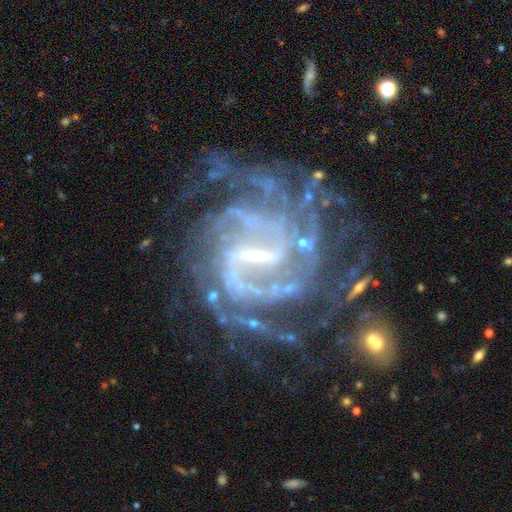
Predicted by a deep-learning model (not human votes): This is clearly a featured or disk galaxy (91%). It is clearly not viewed edge-on (98%). Bar: possibly strong (52%). Spiral arm pattern: clearly yes (97%). Spiral arm count: marginally can't tell (25%). Spiral winding: possibly tight (50%). Central bulge: possibly small (59%). Merging: likely none (61%).